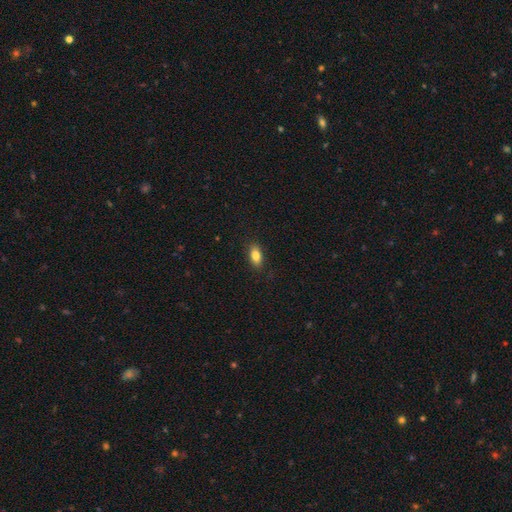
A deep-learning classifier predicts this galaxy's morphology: A smooth galaxy with no disk features (82%) that is in between round and cigar-shaped (85%).

Vote fractions:
- Smooth or featured? smooth: 82% / featured or disk: 11% / star or artifact: 8%
- How rounded? in between: 85% / cigar-shaped: 10% / round: 5%
- Merging? none: 88% / minor disturbance: 9% / major disturbance: 2% / merger: 1%